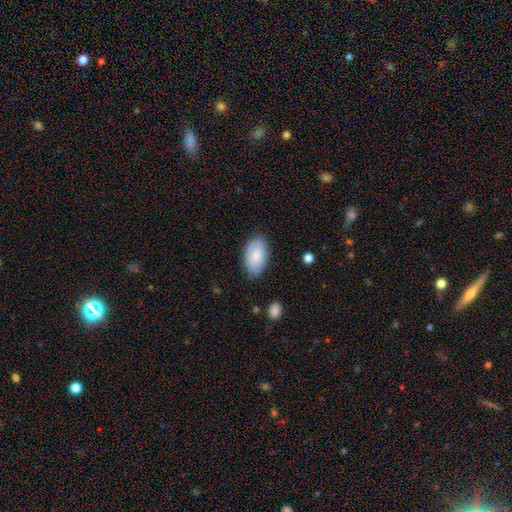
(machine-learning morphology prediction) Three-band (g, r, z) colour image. It shows a smooth galaxy with no disk features (83%) that is in between round and cigar-shaped (95%). Merging: none (81%).